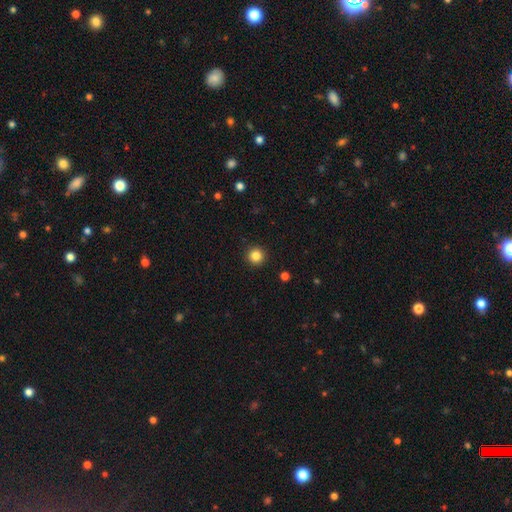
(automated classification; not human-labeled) smooth 84%, star or artifact 11%, featured or disk 5%. Down the decision tree: how rounded — round (96%); merging — none (93%).